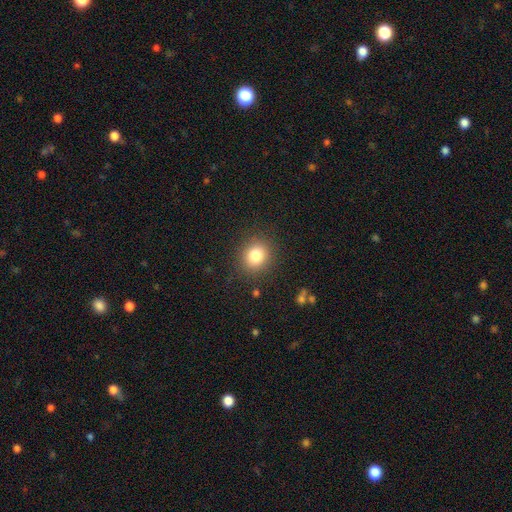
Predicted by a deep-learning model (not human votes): The model was most divided on "how rounded": round: 78%, in between: 21%, cigar-shaped: 1%. More confident: merging — none (88%); smooth or featured — smooth (81%).